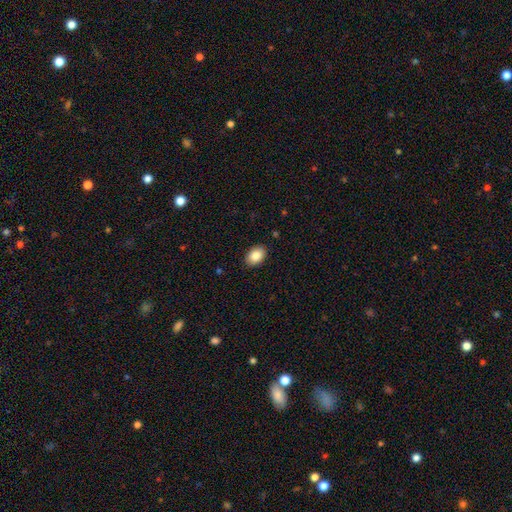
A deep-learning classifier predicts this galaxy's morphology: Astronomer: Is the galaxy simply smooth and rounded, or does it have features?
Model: smooth — 86%.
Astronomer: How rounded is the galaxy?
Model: in between — 81%.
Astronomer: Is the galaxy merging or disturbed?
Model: none — 89%.